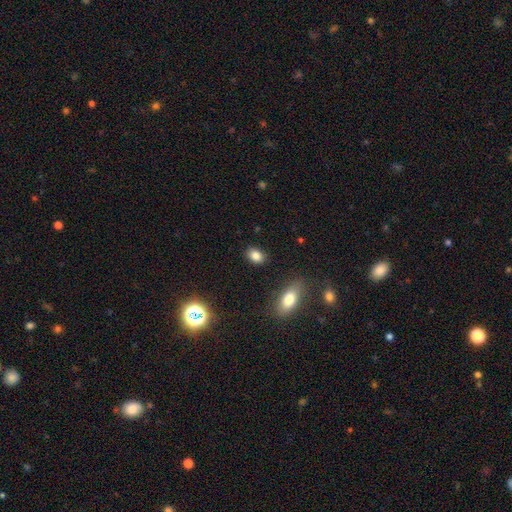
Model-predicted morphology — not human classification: smooth_or_featured: smooth (p=0.84) [alt: star or artifact p=0.10]
how_rounded: in between (p=0.75) [alt: round p=0.23]
merging: none (p=0.87) [alt: minor disturbance p=0.09]